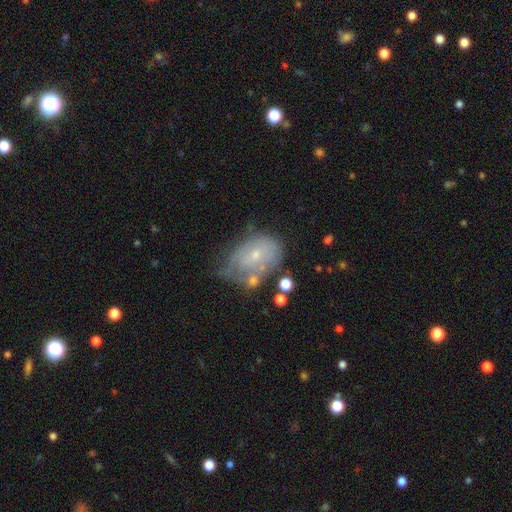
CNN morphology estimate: Q: Smooth or featured?
A: featured or disk (46%); runner-up: smooth (44%)
Q: Merging?
A: none (35%); runner-up: minor disturbance (33%)